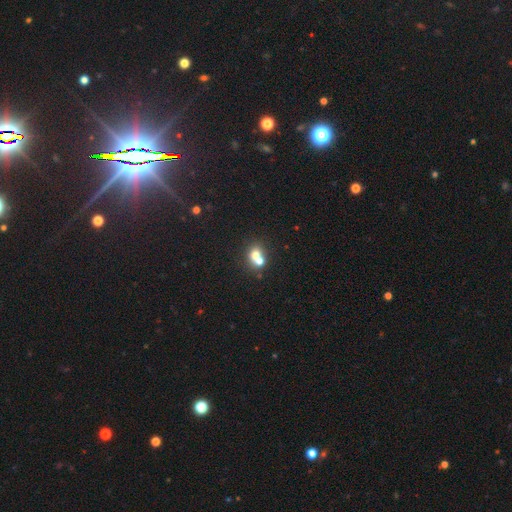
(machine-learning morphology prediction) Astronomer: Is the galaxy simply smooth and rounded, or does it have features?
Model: smooth — 67%.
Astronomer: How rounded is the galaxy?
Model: round — 69%.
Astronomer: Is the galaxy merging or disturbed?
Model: merger — 58% (runner-up: none, 33%).